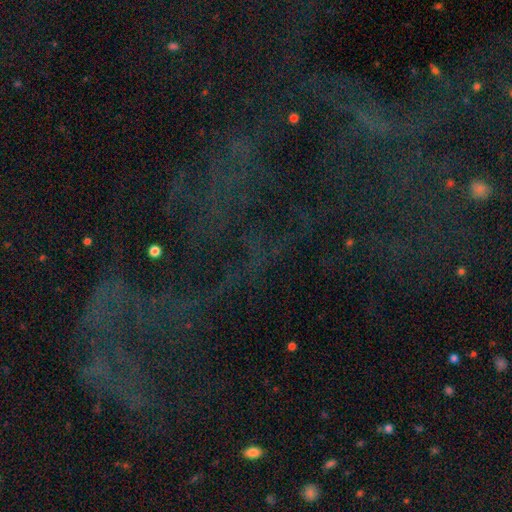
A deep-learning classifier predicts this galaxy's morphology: Smooth or featured? Predicted: star or artifact (p=0.71).